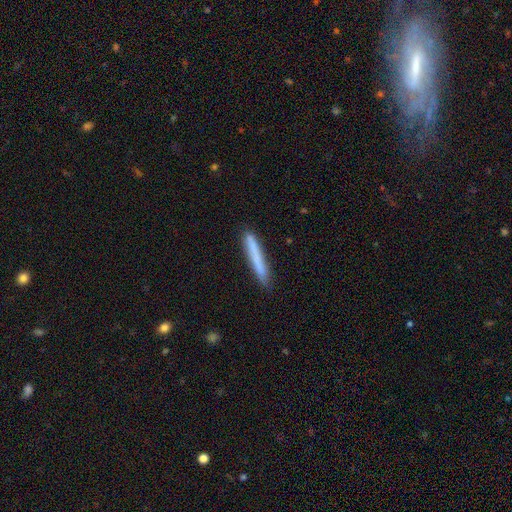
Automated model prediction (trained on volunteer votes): smooth 73%, featured or disk 21%, star or artifact 6%. Down the decision tree: how rounded — cigar-shaped (97%); merging — none (88%).